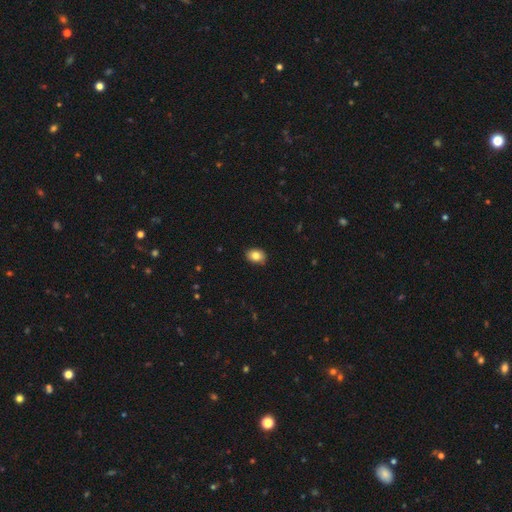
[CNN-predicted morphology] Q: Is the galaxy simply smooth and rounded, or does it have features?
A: smooth — 84%.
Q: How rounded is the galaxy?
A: in between — 67%.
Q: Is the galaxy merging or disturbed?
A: none — 88%.